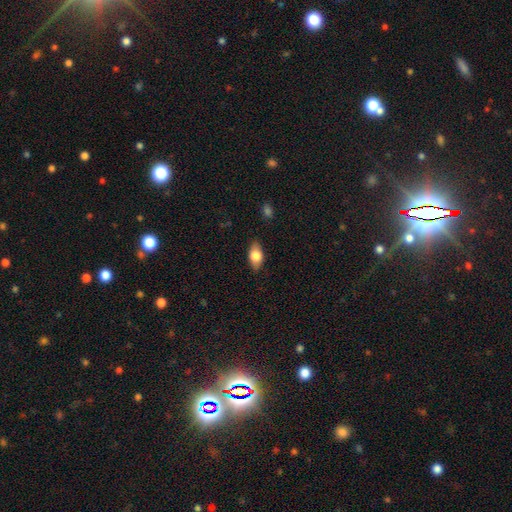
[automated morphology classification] type=smooth (75%); roundness=in between (87%); merging=none (83%).